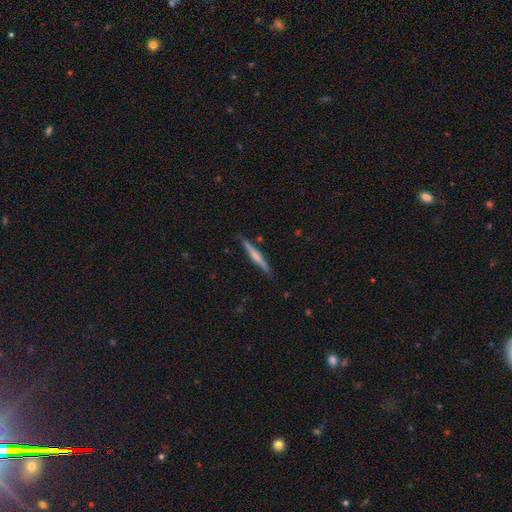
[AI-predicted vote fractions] Smooth or featured? Predicted: featured or disk (p=0.53). Edge-on disk? Predicted: yes (p=0.98). Edge-on bulge? Predicted: rounded (p=0.44). Merging? Predicted: none (p=0.88).